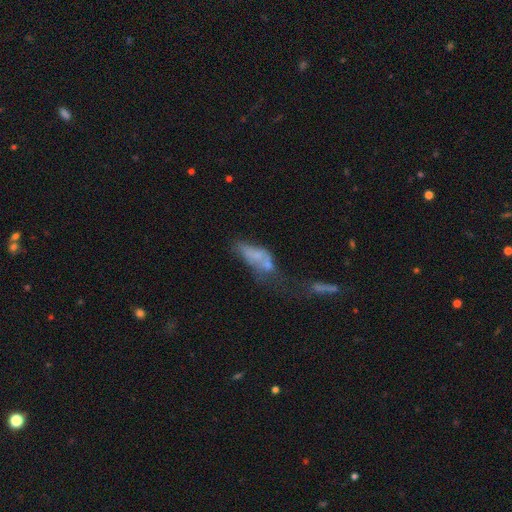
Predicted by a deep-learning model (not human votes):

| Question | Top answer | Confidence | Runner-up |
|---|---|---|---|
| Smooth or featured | smooth | 48% | featured or disk (38%) |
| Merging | merger | 42% | major disturbance (29%) |